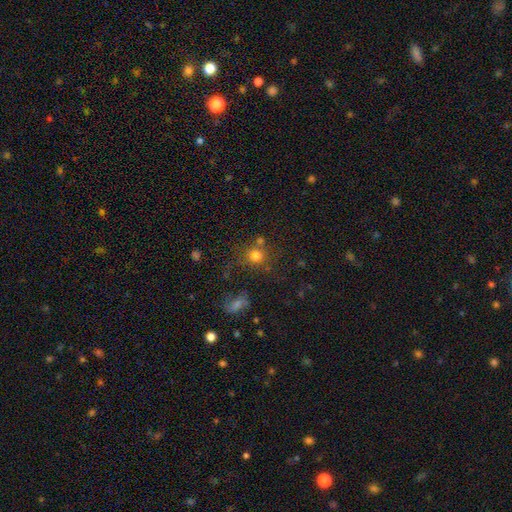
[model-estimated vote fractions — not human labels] smooth_or_featured: smooth (p=0.77) [alt: star or artifact p=0.15]
how_rounded: round (p=0.87) [alt: in between p=0.11]
merging: none (p=0.66) [alt: merger p=0.16]